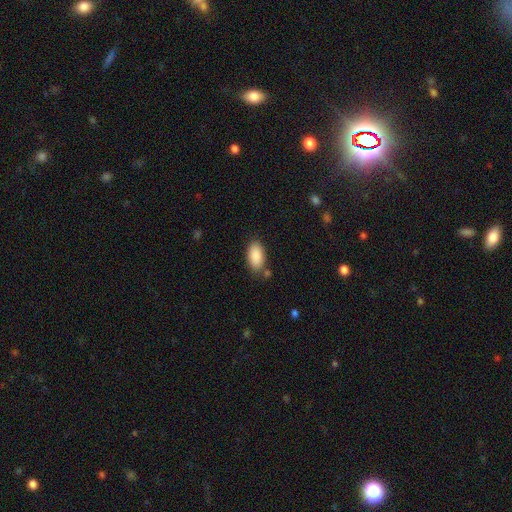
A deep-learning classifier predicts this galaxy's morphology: smooth-or-featured: smooth: 89% | star or artifact: 7% | featured or disk: 5%
  how-rounded: in between: 94% | cigar-shaped: 3% | round: 3%
  merging: none: 79% | minor disturbance: 13% | merger: 5% | major disturbance: 3%